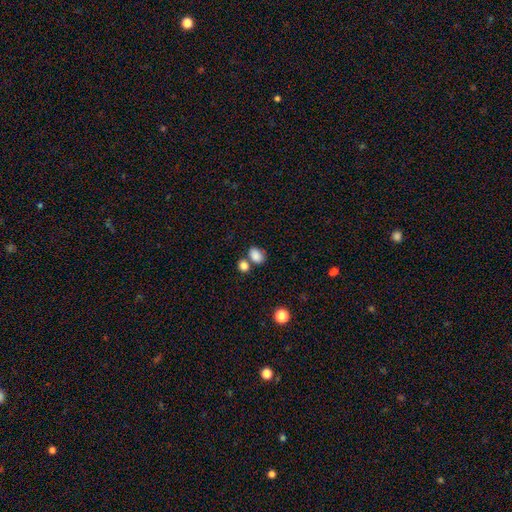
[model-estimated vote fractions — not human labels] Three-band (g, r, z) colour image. It shows a smooth galaxy with no disk features (86%) that is in between round and cigar-shaped (75%). Merging: none (57%).